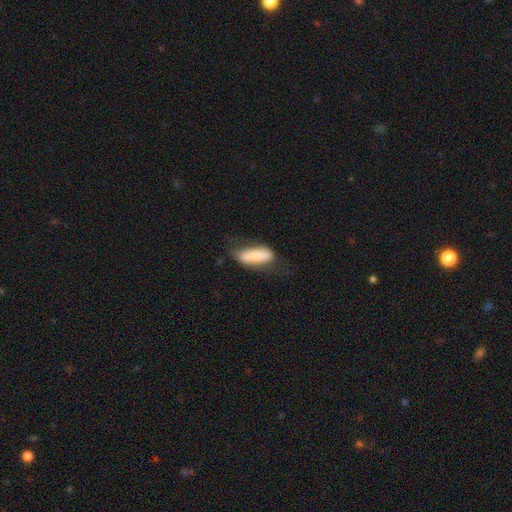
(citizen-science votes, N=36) This appears to be a smooth galaxy with no disk features (75%) that is in between round and cigar-shaped (59%). Merging: minor disturbance (44%).